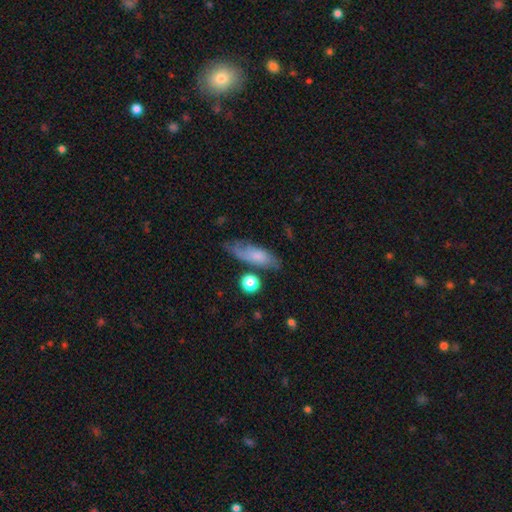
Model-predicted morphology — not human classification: A smooth galaxy with no disk features (60%) that is in between round and cigar-shaped (59%).

Vote fractions:
- Smooth or featured? smooth: 60% / featured or disk: 31% / star or artifact: 8%
- How rounded? in between: 59% / cigar-shaped: 36% / round: 5%
- Merging? none: 57% / minor disturbance: 27% / major disturbance: 11% / merger: 6%